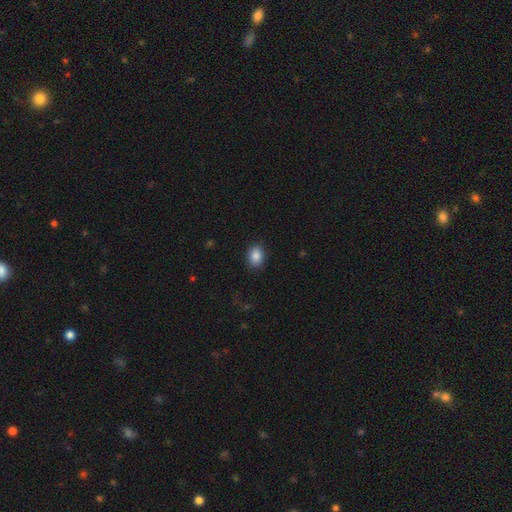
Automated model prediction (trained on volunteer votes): A smooth galaxy with no disk features (87%) that is in between round and cigar-shaped (61%). Merging: none (87%).